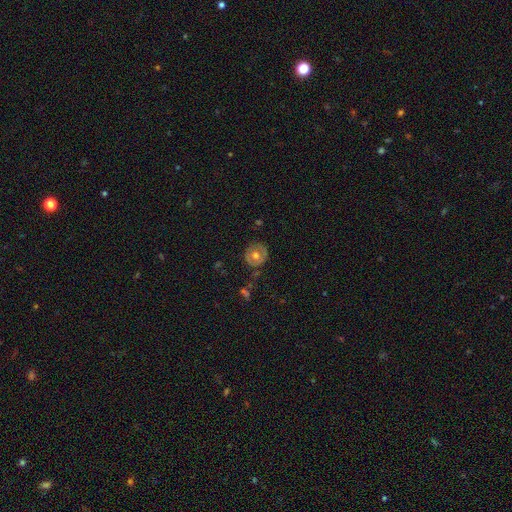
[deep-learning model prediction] Overall: smooth (50%; featured or disk 43%). Merging: none (81%).